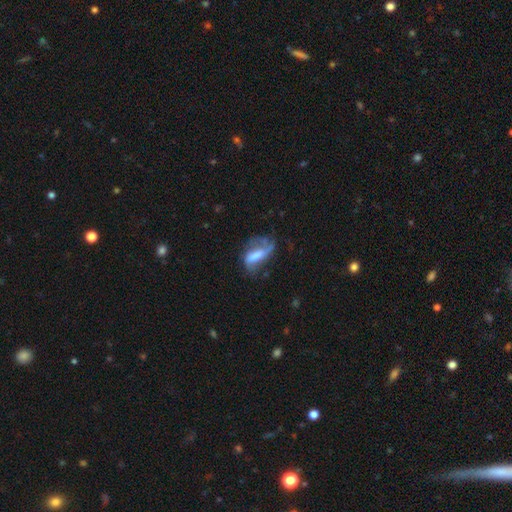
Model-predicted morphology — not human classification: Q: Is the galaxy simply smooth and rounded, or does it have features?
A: featured or disk — 50%.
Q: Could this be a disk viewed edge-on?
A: no — 91%.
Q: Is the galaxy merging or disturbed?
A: major disturbance — 41%.